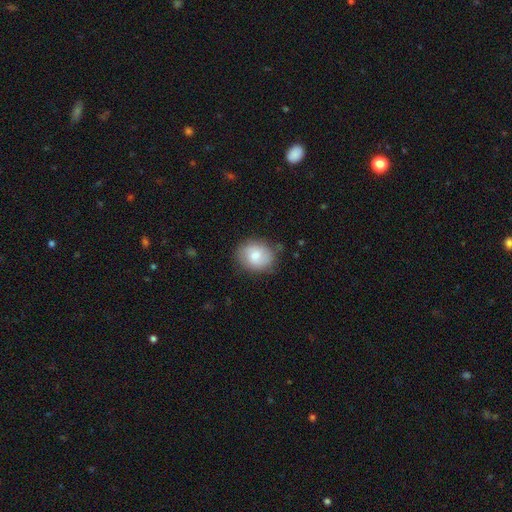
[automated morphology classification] smooth-or-featured: smooth: 72% | featured or disk: 20% | star or artifact: 7%
  how-rounded: round: 61% | in between: 38% | cigar-shaped: 1%
  merging: none: 74% | minor disturbance: 20% | major disturbance: 5% | merger: 2%